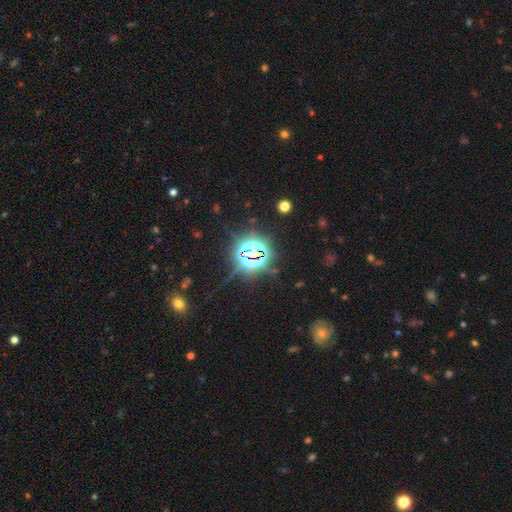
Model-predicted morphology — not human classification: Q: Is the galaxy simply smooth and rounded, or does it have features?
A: star or artifact — 82%.